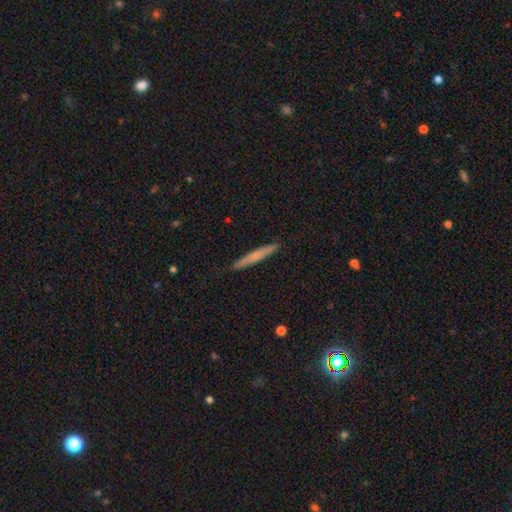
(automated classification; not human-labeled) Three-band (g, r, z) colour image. It shows a smooth galaxy with no disk features (56%) that is cigar-shaped (96%). Merging: none (89%).